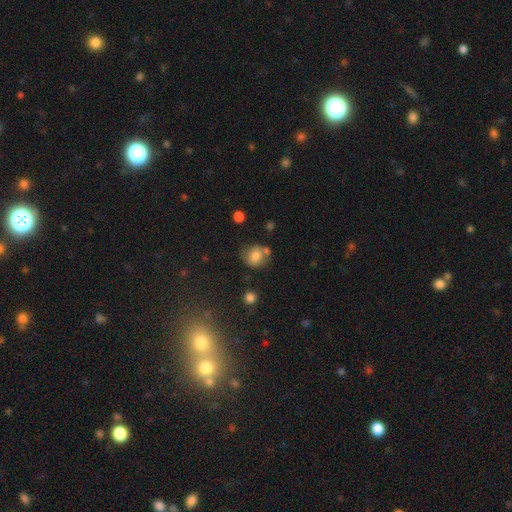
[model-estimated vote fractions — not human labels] Overall: smooth (77%). How rounded: round (78%). Merging: none (61%).